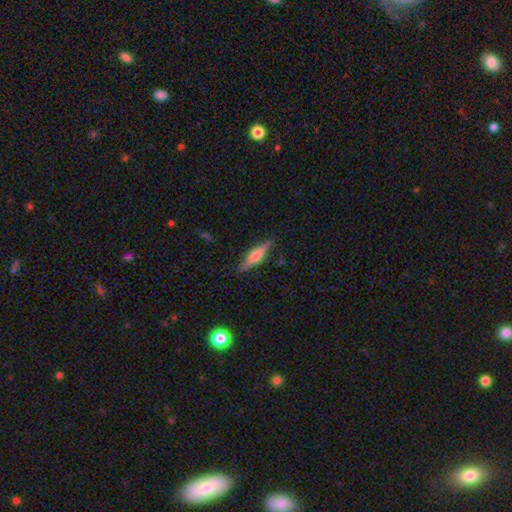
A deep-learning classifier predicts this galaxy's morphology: Overall: featured or disk (60%; smooth 33%). Edge-on disk: yes (96%). Edge-on bulge: rounded (83%). Merging: none (88%).